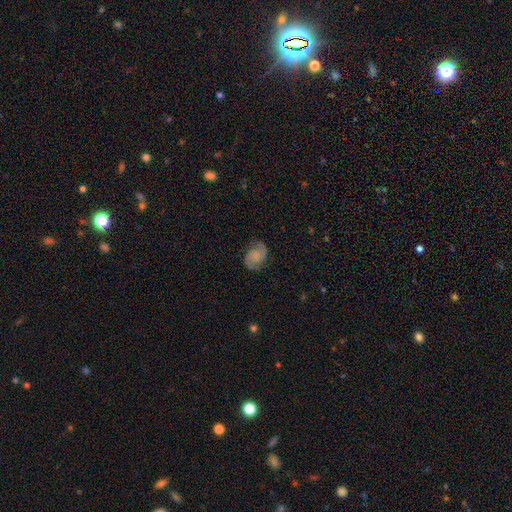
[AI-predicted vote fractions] featured or disk 82%, smooth 12%, star or artifact 6%. Down the decision tree: edge-on disk — no (98%); bar — no (65%); spiral arms — yes (97%); spiral arm count — 2 (93%); spiral winding — medium (54%); bulge size — none (50%); merging — none (81%).